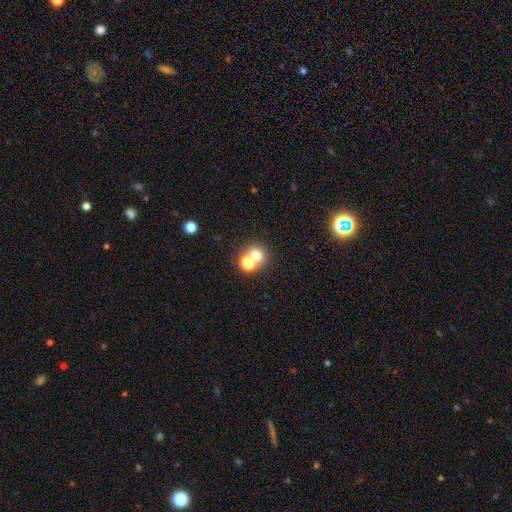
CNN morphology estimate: This is likely a smooth galaxy (66%). How rounded: clearly round (81%). Merging: possibly none (48%).